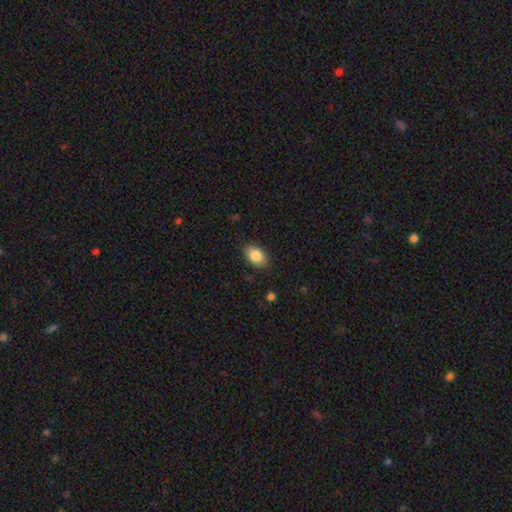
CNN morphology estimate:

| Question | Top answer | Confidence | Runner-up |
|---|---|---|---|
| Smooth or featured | smooth | 86% | star or artifact (7%) |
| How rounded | in between | 87% | round (12%) |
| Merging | none | 86% | minor disturbance (10%) |